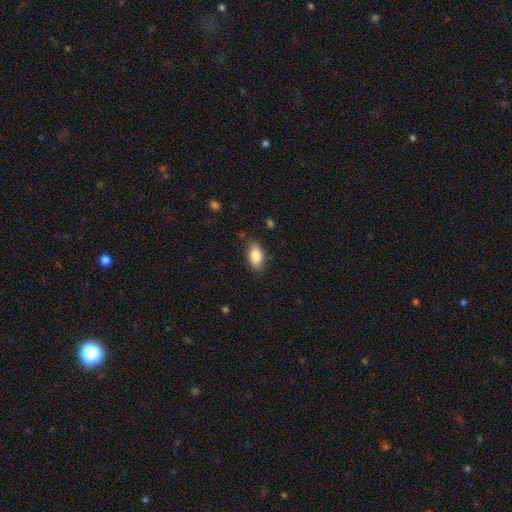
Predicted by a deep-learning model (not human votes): smooth-or-featured: smooth: 84% | featured or disk: 9% | star or artifact: 7%
  how-rounded: in between: 90% | cigar-shaped: 6% | round: 4%
  merging: none: 83% | minor disturbance: 13% | major disturbance: 3% | merger: 1%